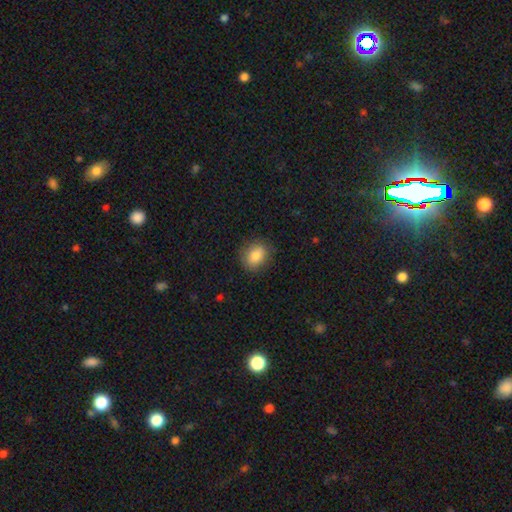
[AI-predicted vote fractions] smooth_or_featured: smooth (p=0.82) [alt: star or artifact p=0.09]
how_rounded: round (p=0.58) [alt: in between p=0.41]
merging: none (p=0.85) [alt: minor disturbance p=0.11]